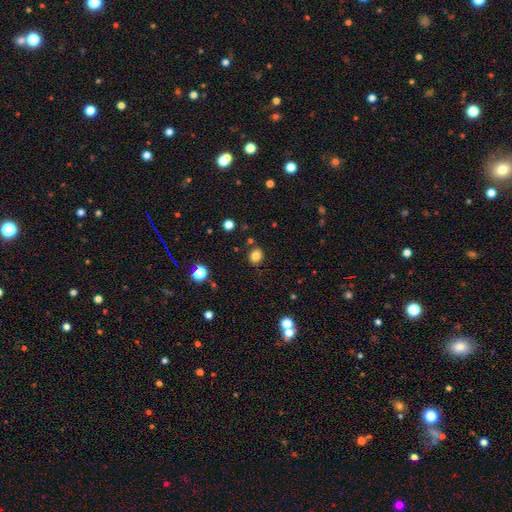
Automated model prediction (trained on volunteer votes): smooth-or-featured: smooth: 83% | star or artifact: 12% | featured or disk: 5%
  how-rounded: round: 69% | in between: 31% | cigar-shaped: 1%
  merging: none: 85% | minor disturbance: 10% | merger: 3% | major disturbance: 3%